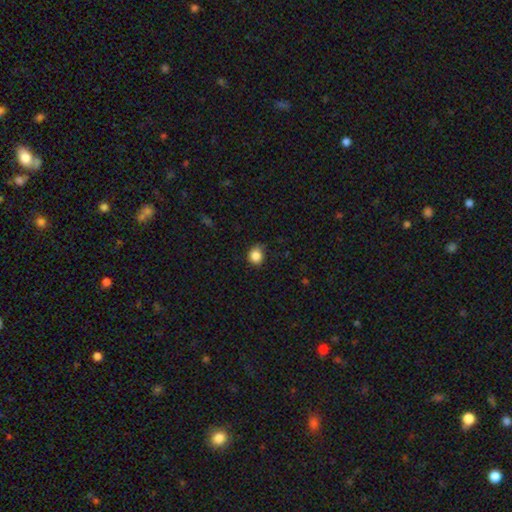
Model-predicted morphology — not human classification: Smooth or featured? smooth (86%)
How rounded? round (78%)
Merging? none (70%)